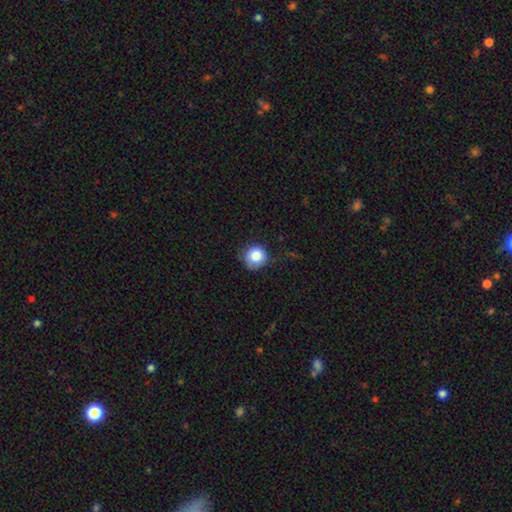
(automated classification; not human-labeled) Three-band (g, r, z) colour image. It shows a smooth galaxy with no disk features (84%) that is round (92%). Merging: none (71%).